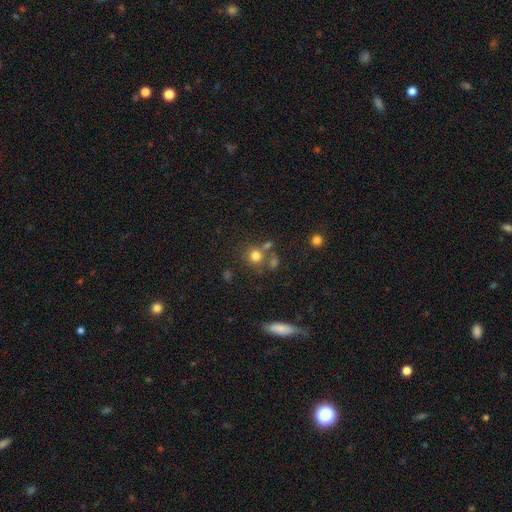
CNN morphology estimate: The model was most divided on "merging": none: 62%, merger: 21%, minor disturbance: 11%, major disturbance: 5%. More confident: how rounded — round (87%); smooth or featured — smooth (76%).